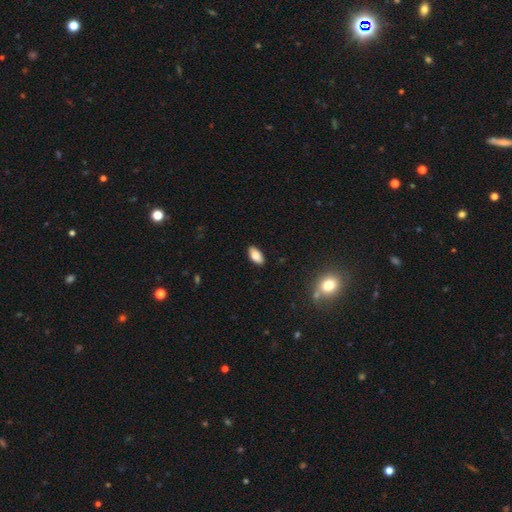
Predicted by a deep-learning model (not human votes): The model was most divided on "smooth or featured": smooth: 84%, featured or disk: 9%, star or artifact: 8%. More confident: how rounded — in between (91%); merging — none (88%).